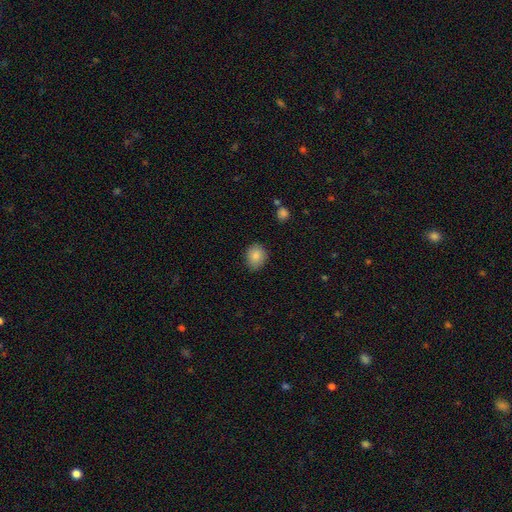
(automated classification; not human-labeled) A smooth galaxy with no disk features (85%) that is round (59%). Merging: none (81%).